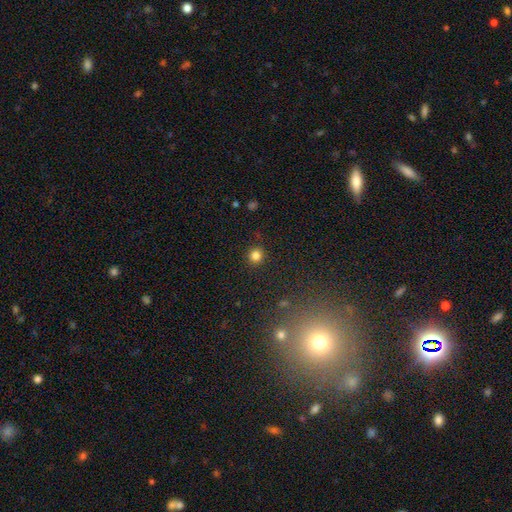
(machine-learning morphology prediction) Overall: smooth (83%). How rounded: round (93%). Merging: none (91%).